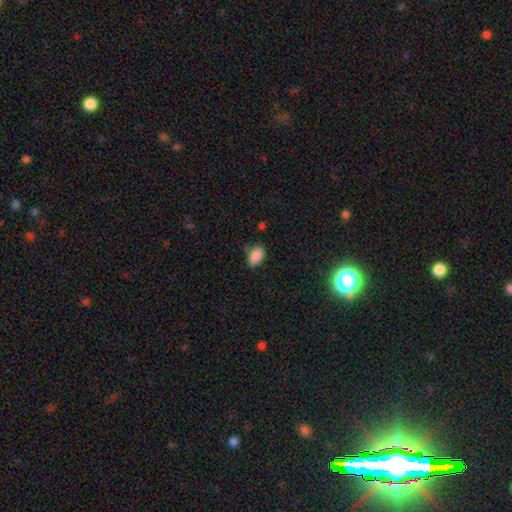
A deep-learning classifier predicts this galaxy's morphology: A smooth galaxy with no disk features (88%) that is in between round and cigar-shaped (92%).

Vote fractions:
- Smooth or featured? smooth: 88% / star or artifact: 9% / featured or disk: 4%
- How rounded? in between: 92% / round: 7% / cigar-shaped: 2%
- Merging? none: 73% / minor disturbance: 19% / major disturbance: 4% / merger: 3%